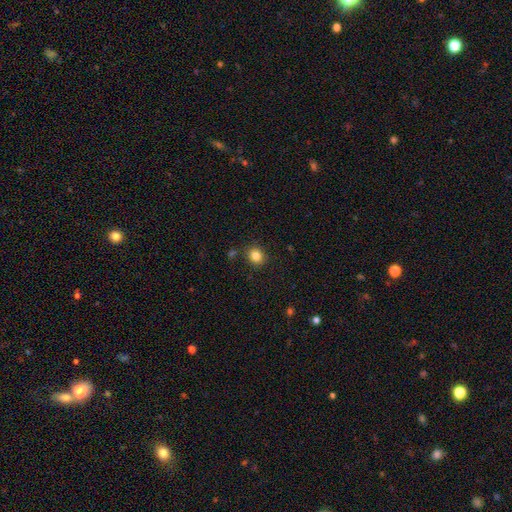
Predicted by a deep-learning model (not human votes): A smooth galaxy with no disk features (83%) that is round (80%). Merging: none (87%).